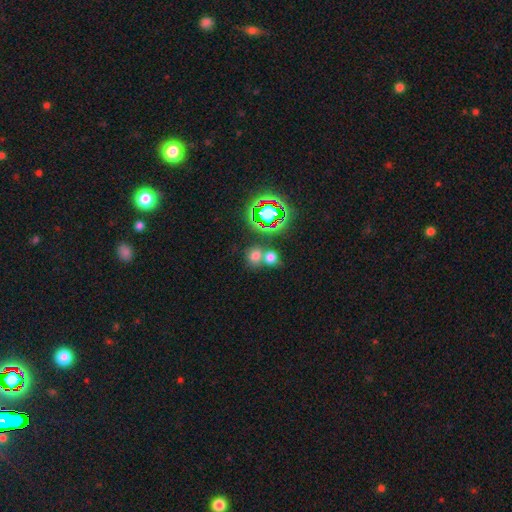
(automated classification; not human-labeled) smooth 65%, star or artifact 25%, featured or disk 10%. Down the decision tree: how rounded — round (79%); merging — none (52%).